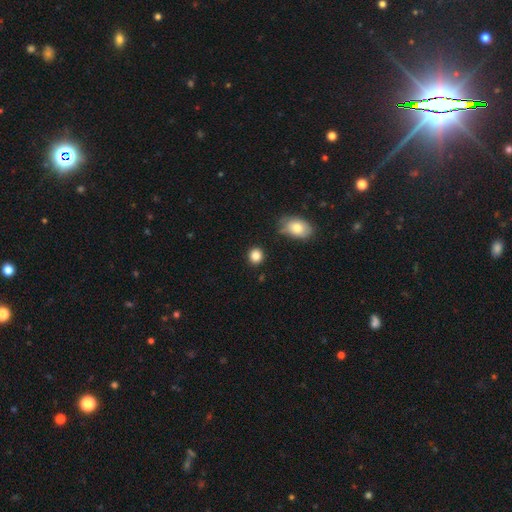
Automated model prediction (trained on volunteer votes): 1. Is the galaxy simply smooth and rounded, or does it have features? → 86% smooth, 10% star or artifact, 5% featured or disk.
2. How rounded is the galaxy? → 83% round, 16% in between, 1% cigar-shaped.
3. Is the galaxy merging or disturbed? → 87% none, 8% minor disturbance, 3% merger, 2% major disturbance.